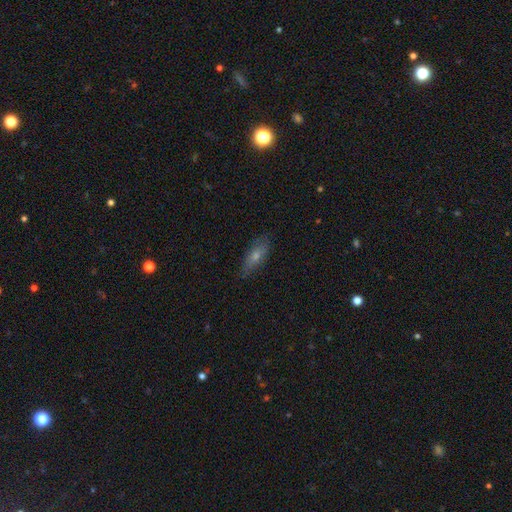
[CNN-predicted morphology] The model was most divided on "how rounded": in between: 53%, cigar-shaped: 43%, round: 4%. More confident: merging — none (81%); smooth or featured — smooth (50%).